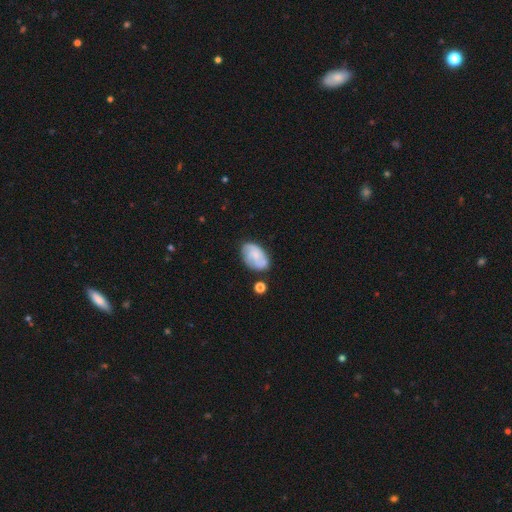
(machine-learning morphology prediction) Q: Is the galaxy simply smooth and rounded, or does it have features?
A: featured or disk — 51%.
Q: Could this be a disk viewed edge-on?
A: no — 97%.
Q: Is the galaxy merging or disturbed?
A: none — 66%.